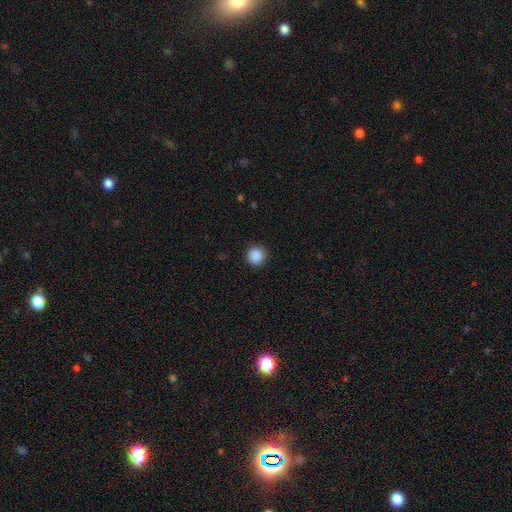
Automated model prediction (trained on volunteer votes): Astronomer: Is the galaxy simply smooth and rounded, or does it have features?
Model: smooth — 89%.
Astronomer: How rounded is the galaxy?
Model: round — 95%.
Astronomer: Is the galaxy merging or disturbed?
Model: none — 92%.